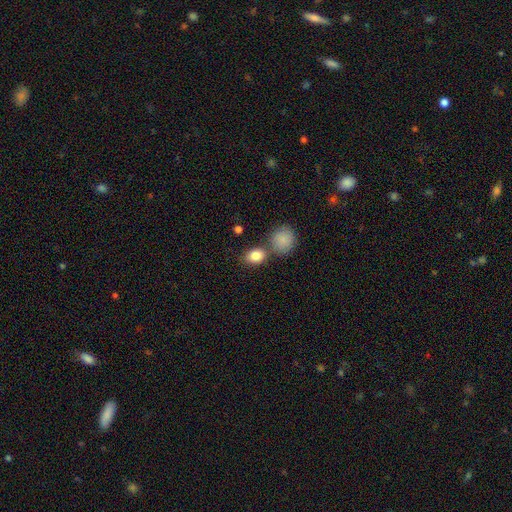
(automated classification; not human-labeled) Smooth or featured: smooth — 85% (star or artifact — 9%)
How rounded: in between — 65% (round — 33%)
Merging: none — 60% (merger — 23%)